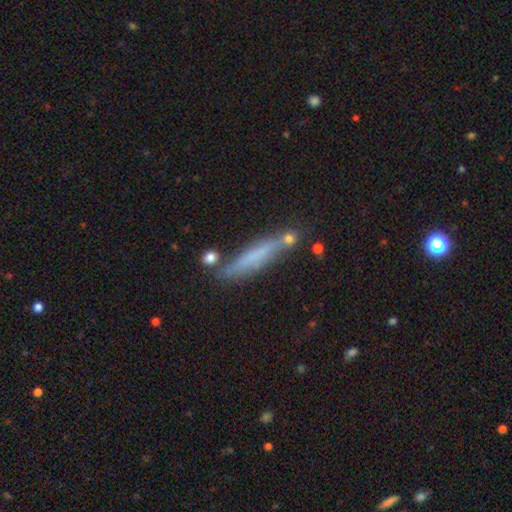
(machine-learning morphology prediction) Smooth or featured?
  - smooth: 53% *
  - featured or disk: 36%
  - star or artifact: 11%
How rounded?
  - cigar-shaped: 91% *
  - in between: 7%
  - round: 2%
Merging?
  - none: 75% *
  - minor disturbance: 15%
  - merger: 7%
  - major disturbance: 4%